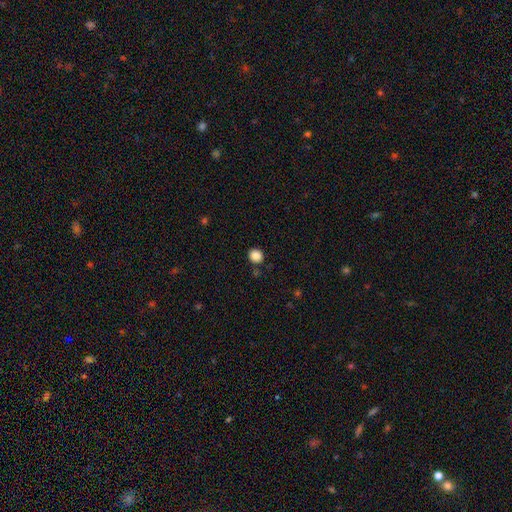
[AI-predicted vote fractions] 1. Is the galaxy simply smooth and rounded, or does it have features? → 87% smooth, 10% star or artifact, 3% featured or disk.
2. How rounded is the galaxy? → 85% round, 14% in between, 1% cigar-shaped.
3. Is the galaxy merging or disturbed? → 86% none, 8% minor disturbance, 4% merger, 2% major disturbance.